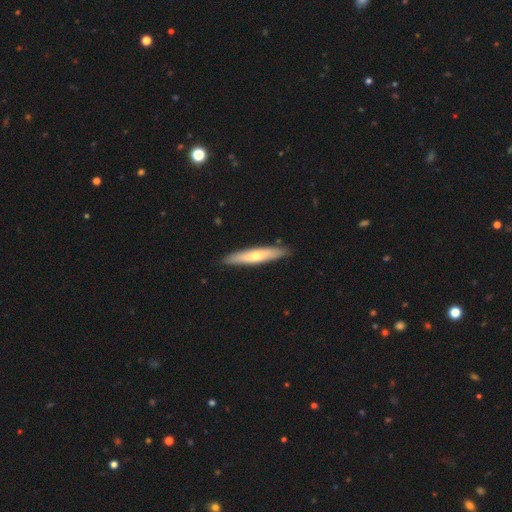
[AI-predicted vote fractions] The model was most divided on "smooth or featured": smooth: 52%, featured or disk: 43%, star or artifact: 5%. More confident: merging — none (90%); how rounded — cigar-shaped (86%).